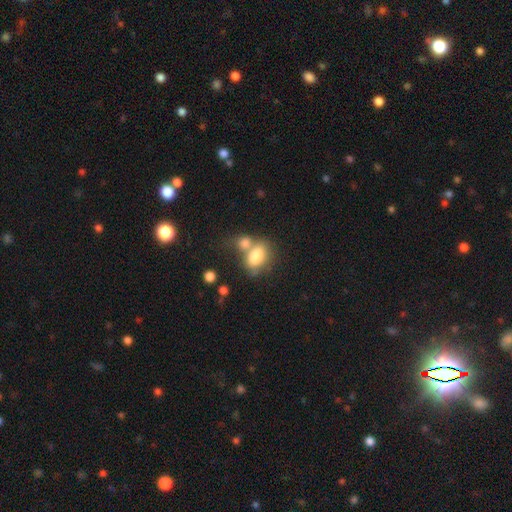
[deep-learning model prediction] smooth-or-featured: smooth: 79% | featured or disk: 13% | star or artifact: 8%
  how-rounded: in between: 82% | round: 16% | cigar-shaped: 2%
  merging: merger: 49% | none: 33% | minor disturbance: 12% | major disturbance: 7%